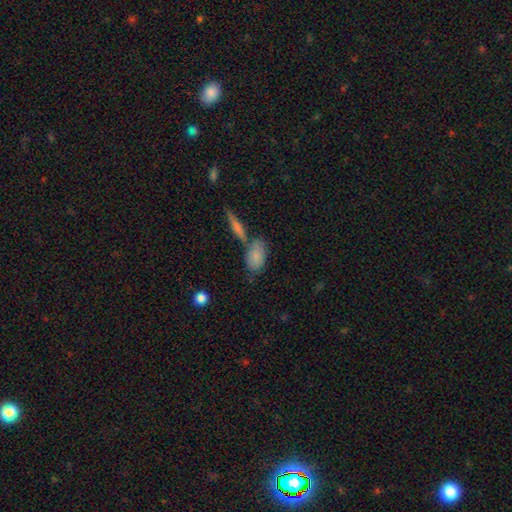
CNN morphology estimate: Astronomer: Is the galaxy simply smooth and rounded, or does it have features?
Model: smooth — 77%.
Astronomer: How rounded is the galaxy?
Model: in between — 87%.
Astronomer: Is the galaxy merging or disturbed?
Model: none — 47% (runner-up: merger, 30%).